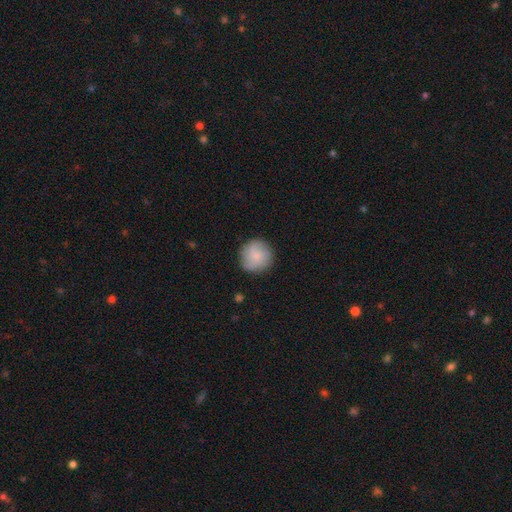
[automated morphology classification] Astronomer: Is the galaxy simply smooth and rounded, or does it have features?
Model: smooth — 80%.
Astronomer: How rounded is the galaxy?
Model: round — 94%.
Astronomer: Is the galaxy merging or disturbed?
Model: none — 85%.